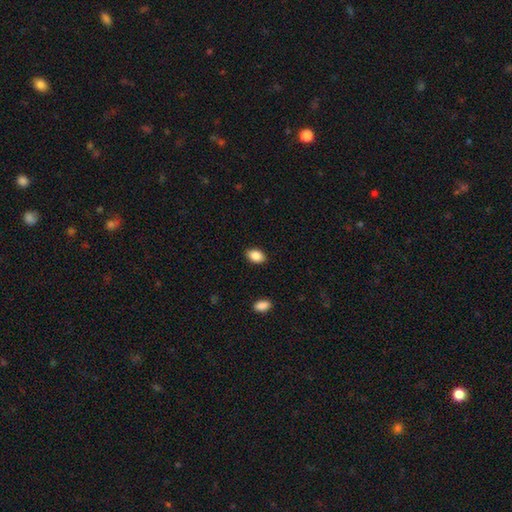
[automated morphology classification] A smooth galaxy with no disk features (88%) that is in between round and cigar-shaped (88%). Merging: none (89%).